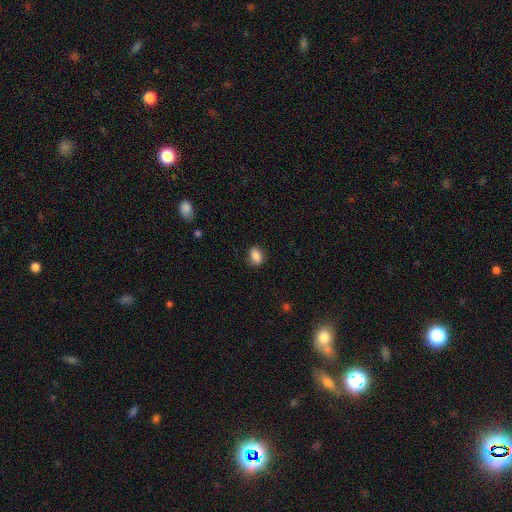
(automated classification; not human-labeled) A smooth galaxy with no disk features (86%) that is in between round and cigar-shaped (70%). Merging: none (83%).